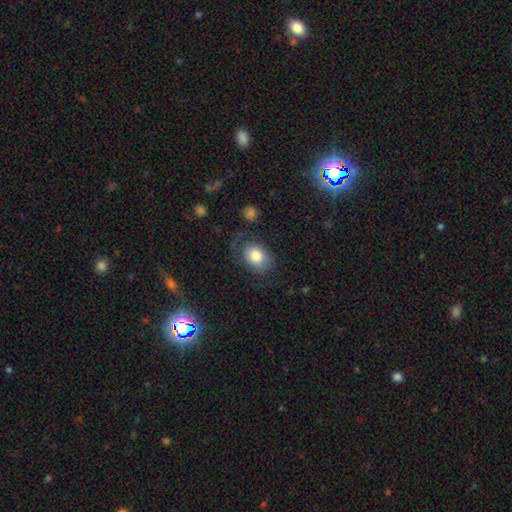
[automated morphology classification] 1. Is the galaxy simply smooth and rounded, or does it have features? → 75% smooth, 17% featured or disk, 8% star or artifact.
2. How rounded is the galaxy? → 70% in between, 29% round, 1% cigar-shaped.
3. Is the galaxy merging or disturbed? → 58% none, 23% minor disturbance, 17% major disturbance, 2% merger.